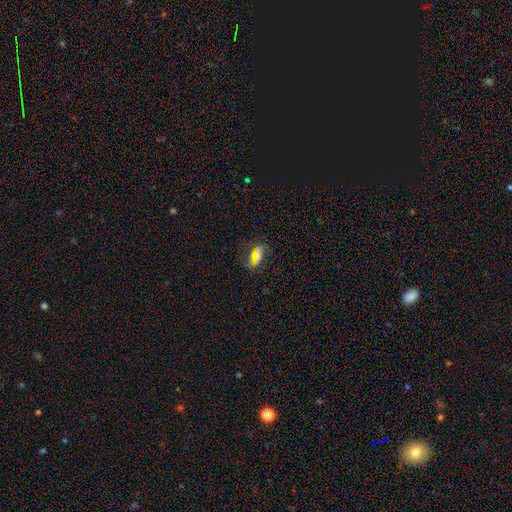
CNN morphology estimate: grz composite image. It shows a smooth galaxy with no disk features (46%). Merging: none (73%).